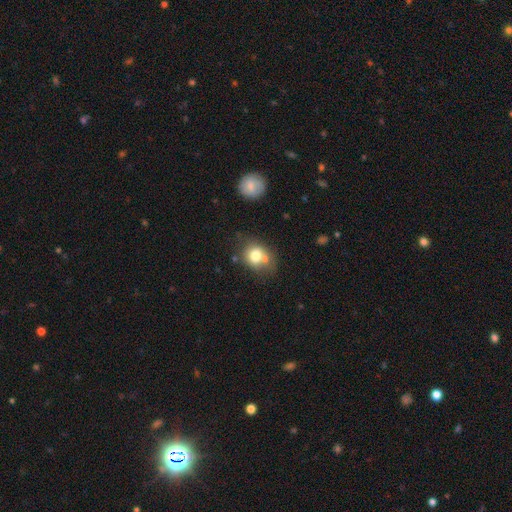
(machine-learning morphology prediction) Smooth or featured: smooth — 75% (featured or disk — 15%)
How rounded: round — 63% (in between — 36%)
Merging: none — 45% (merger — 30%)